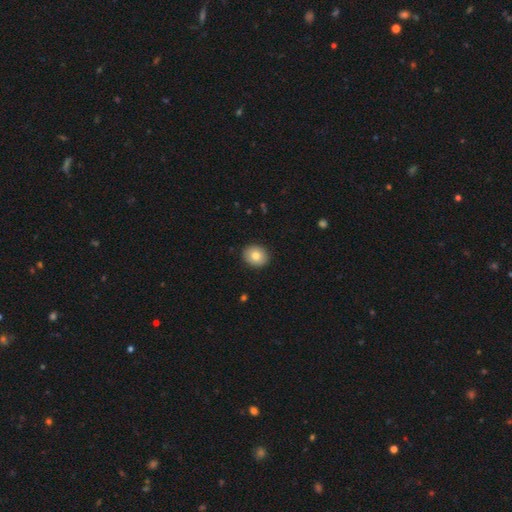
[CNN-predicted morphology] Overall: smooth (80%). How rounded: round (60%; in between 39%). Merging: none (91%).